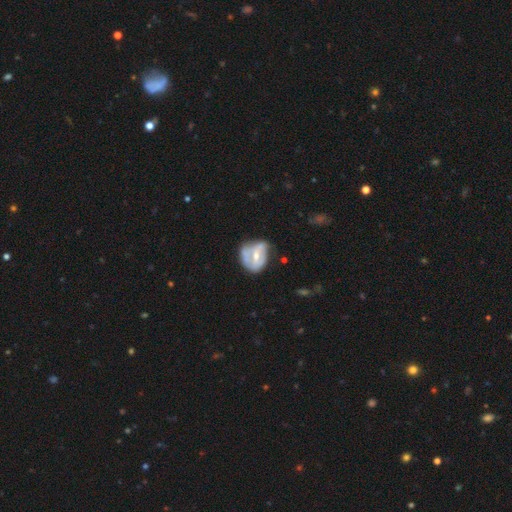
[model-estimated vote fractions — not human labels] Smooth or featured: featured or disk — 56% (smooth — 37%)
Edge-on disk: no — 96% (yes — 4%)
Bar: no — 43% (weak — 39%)
Spiral arms: no — 59% (yes — 41%)
Bulge size: moderate — 54% (small — 40%)
Merging: minor disturbance — 35% (none — 33%)